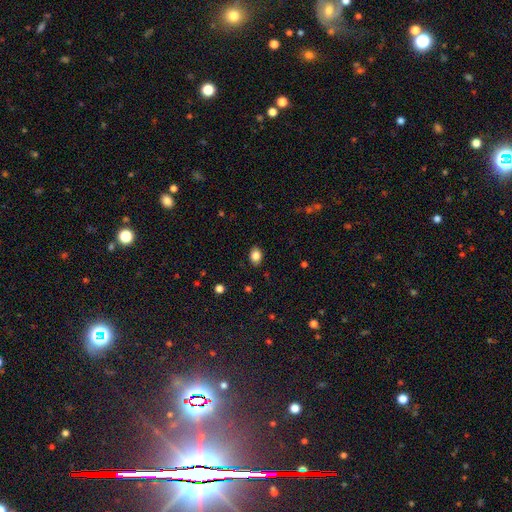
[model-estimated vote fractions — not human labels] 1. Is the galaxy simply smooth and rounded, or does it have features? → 85% smooth, 9% star or artifact, 5% featured or disk.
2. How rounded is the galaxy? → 75% in between, 24% round, 1% cigar-shaped.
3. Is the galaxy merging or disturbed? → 87% none, 10% minor disturbance, 2% major disturbance, 1% merger.